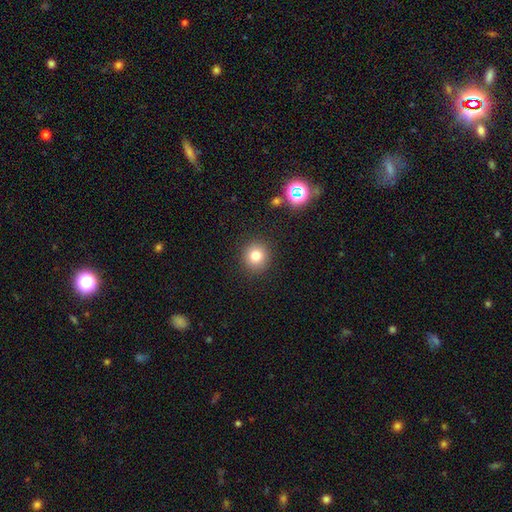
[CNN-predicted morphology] smooth_or_featured: smooth (p=0.80) [alt: star or artifact p=0.12]
how_rounded: round (p=0.91) [alt: in between p=0.08]
merging: none (p=0.90) [alt: minor disturbance p=0.06]